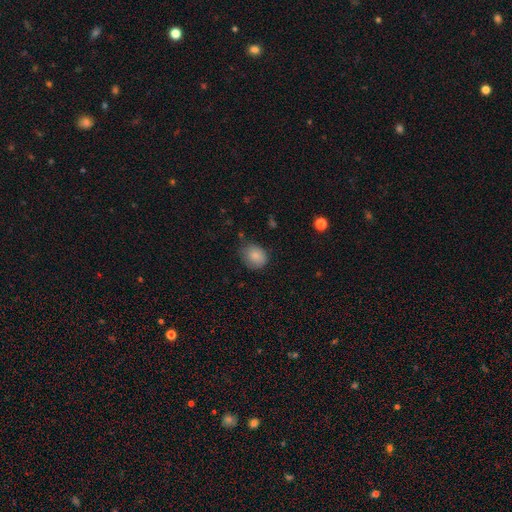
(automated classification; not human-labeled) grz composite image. It shows a smooth galaxy with no disk features (85%) that is round (60%). Merging: none (66%).